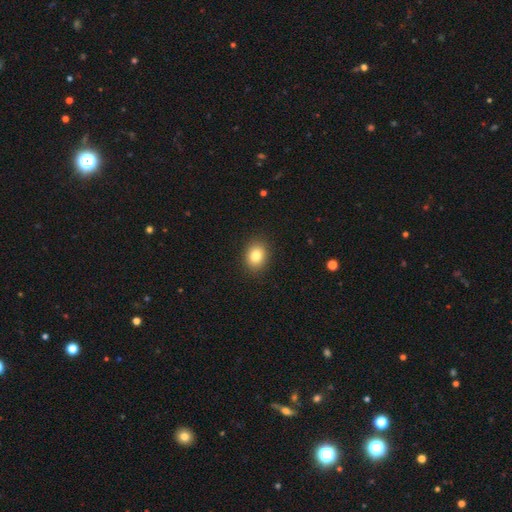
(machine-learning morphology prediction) Smooth or featured? smooth (83%)
How rounded? in between (51%)
Merging? none (90%)